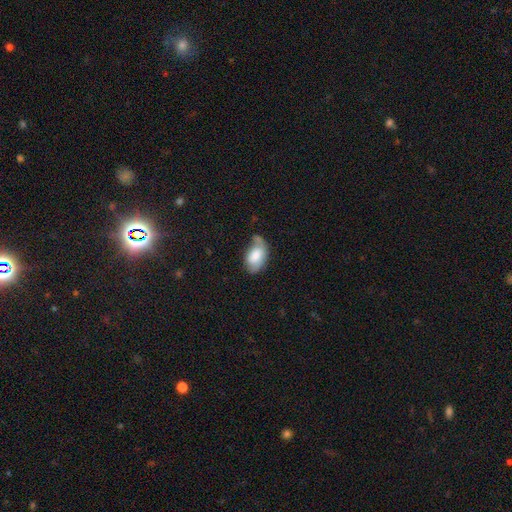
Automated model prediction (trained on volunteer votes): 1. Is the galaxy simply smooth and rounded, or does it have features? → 73% smooth, 20% featured or disk, 7% star or artifact.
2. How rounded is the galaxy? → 92% in between, 6% round, 2% cigar-shaped.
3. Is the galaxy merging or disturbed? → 38% none, 37% minor disturbance, 17% major disturbance, 9% merger.